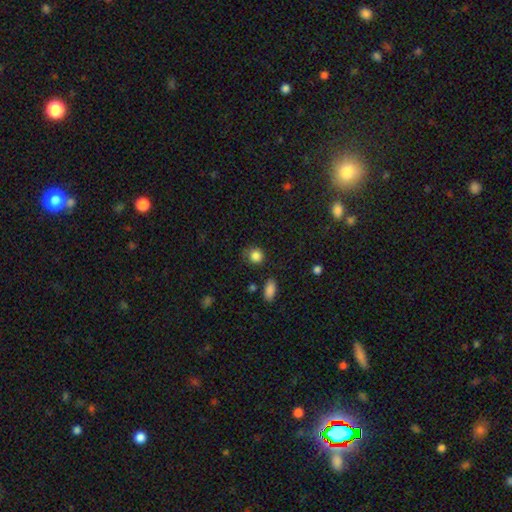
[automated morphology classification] This is clearly a smooth galaxy (85%). How rounded: clearly round (83%). Merging: likely none (74%).